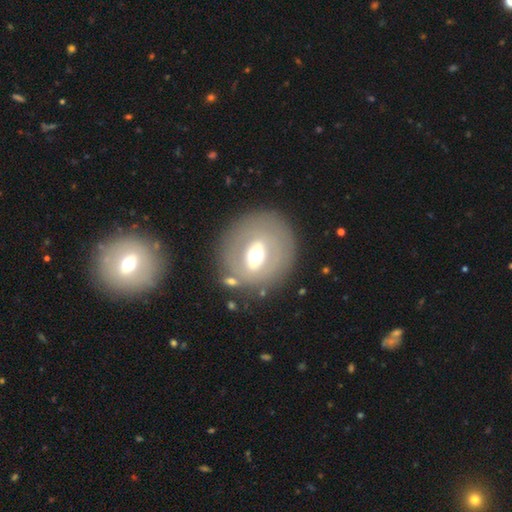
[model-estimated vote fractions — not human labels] Smooth or featured? Predicted: featured or disk (p=0.57). Edge-on disk? Predicted: no (p=0.86). Merging? Predicted: none (p=0.75).